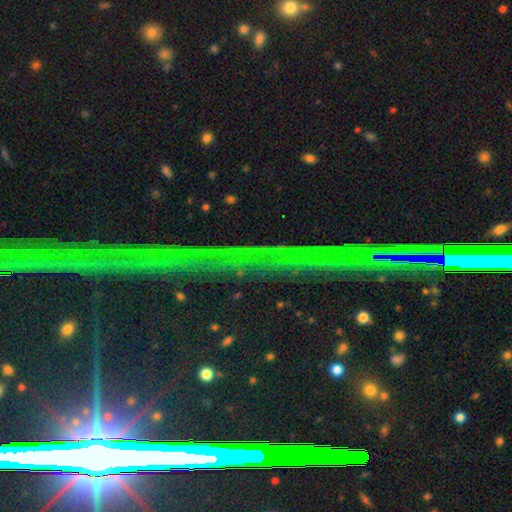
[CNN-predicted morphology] A star or artifact, not a galaxy (81%).

Vote fractions:
- Smooth or featured? star or artifact: 81% / featured or disk: 10% / smooth: 9%